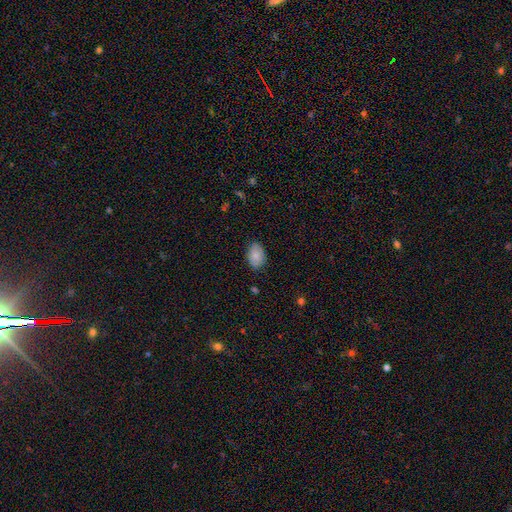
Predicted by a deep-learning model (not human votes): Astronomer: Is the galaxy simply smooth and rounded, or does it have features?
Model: smooth — 81%.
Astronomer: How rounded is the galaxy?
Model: in between — 85%.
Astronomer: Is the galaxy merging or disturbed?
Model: none — 79%.